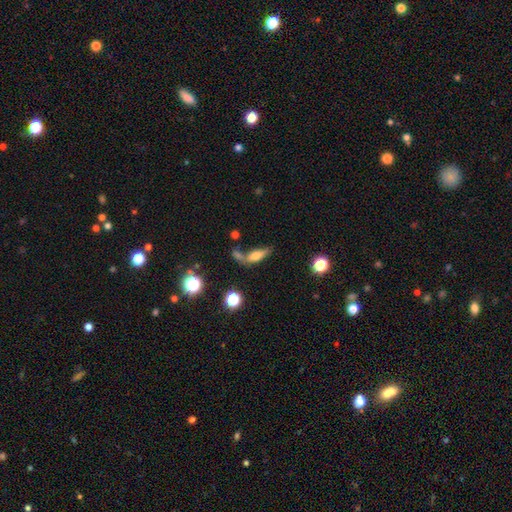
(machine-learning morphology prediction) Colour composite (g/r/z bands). It shows a smooth galaxy with no disk features (60%) that is in between round and cigar-shaped (53%). Merging: none (44%).